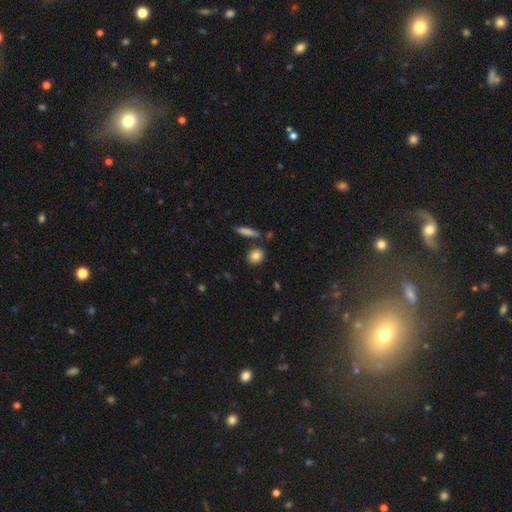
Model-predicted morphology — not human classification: Q: Smooth or featured?
A: smooth (84%); runner-up: star or artifact (8%)
Q: How rounded?
A: round (55%); runner-up: in between (41%)
Q: Merging?
A: none (81%); runner-up: minor disturbance (9%)